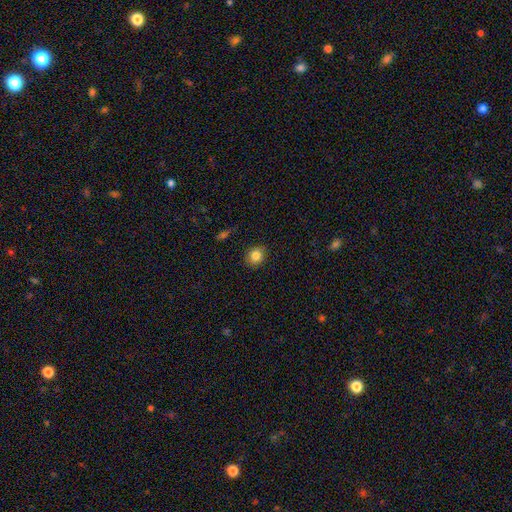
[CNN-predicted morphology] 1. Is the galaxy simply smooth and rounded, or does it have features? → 83% smooth, 10% star or artifact, 7% featured or disk.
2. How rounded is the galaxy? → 77% round, 22% in between, 1% cigar-shaped.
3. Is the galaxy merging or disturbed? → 88% none, 9% minor disturbance, 2% major disturbance, 1% merger.